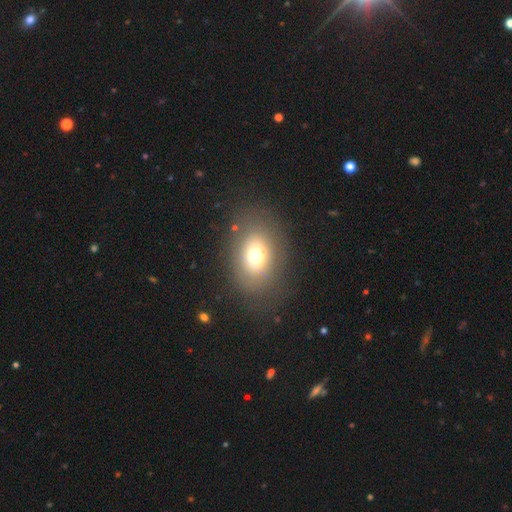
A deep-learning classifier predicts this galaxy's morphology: type=smooth (66%); roundness=in between (68%); merging=none (74%).